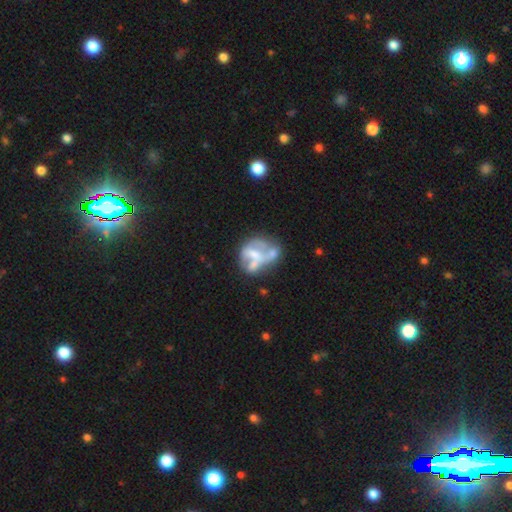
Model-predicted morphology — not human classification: Smooth or featured: featured or disk — 59% (smooth — 31%)
Edge-on disk: no — 97% (yes — 3%)
Bar: no — 69% (weak — 21%)
Spiral arms: no — 80% (yes — 20%)
Bulge size: none — 44% (moderate — 28%)
Merging: merger — 31% (major disturbance — 28%)